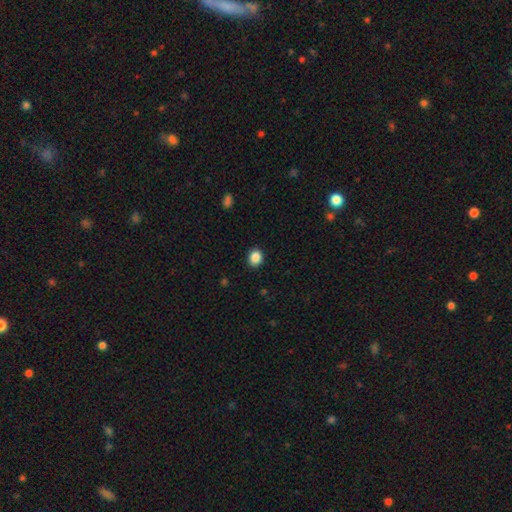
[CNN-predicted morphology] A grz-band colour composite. It shows a smooth galaxy with no disk features (87%) that is round (64%). Merging: none (90%).